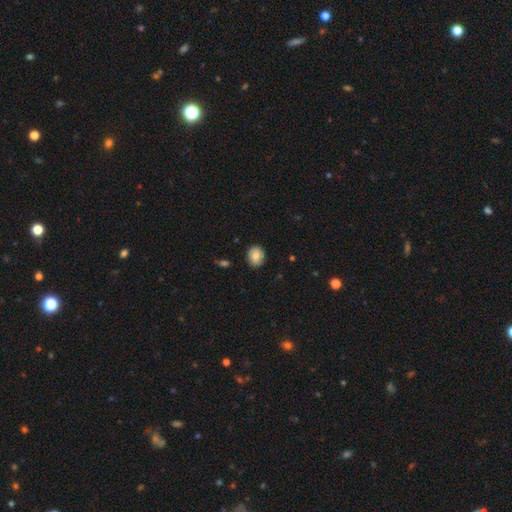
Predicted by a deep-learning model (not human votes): The model was most divided on "how rounded": round: 57%, in between: 42%, cigar-shaped: 1%. More confident: merging — none (87%); smooth or featured — smooth (82%).